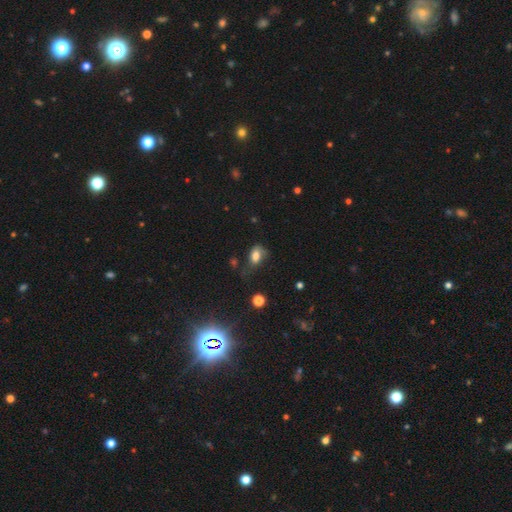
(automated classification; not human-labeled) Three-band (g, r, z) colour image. It shows a smooth galaxy with no disk features (74%) that is in between round and cigar-shaped (82%). Merging: none (38%).